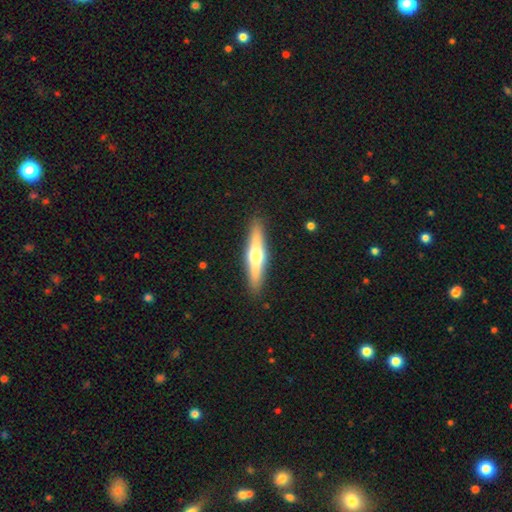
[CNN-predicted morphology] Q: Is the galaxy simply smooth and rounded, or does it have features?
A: featured or disk — 58%.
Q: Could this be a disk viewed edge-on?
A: yes — 95%.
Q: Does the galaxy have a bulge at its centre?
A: rounded — 93%.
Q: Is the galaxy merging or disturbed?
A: none — 90%.